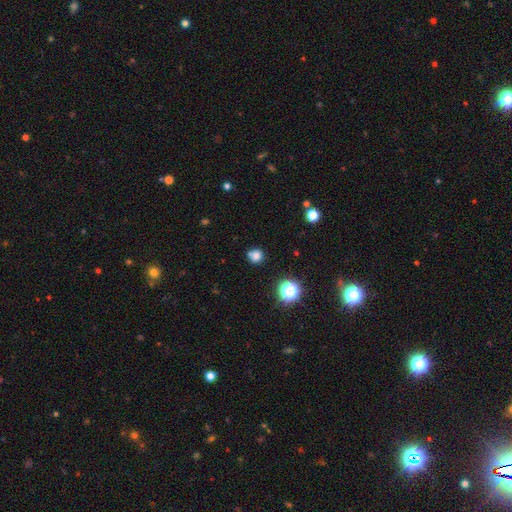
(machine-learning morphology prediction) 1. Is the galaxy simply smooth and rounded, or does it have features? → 76% smooth, 17% star or artifact, 7% featured or disk.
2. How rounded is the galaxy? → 85% round, 14% in between, 1% cigar-shaped.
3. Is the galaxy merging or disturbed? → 65% none, 18% merger, 13% minor disturbance, 4% major disturbance.